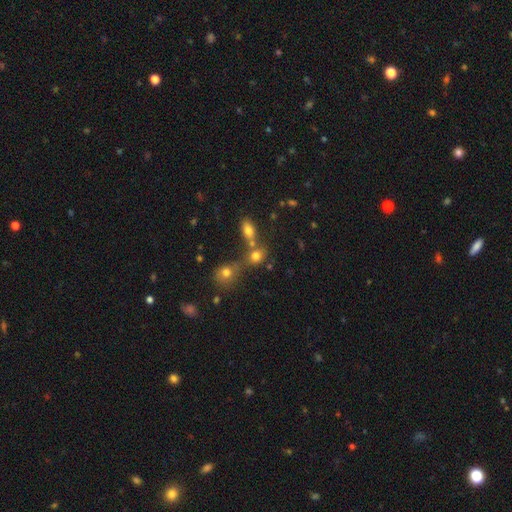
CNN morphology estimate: Smooth or featured: smooth — 74% (star or artifact — 15%)
How rounded: round — 58% (in between — 39%)
Merging: none — 44% (merger — 42%)